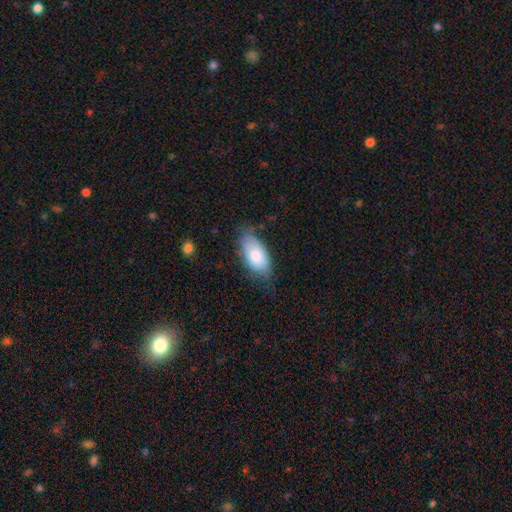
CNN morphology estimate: smooth_or_featured: smooth (p=0.79) [alt: featured or disk p=0.15]
how_rounded: in between (p=0.93) [alt: cigar-shaped p=0.04]
merging: none (p=0.65) [alt: minor disturbance p=0.27]